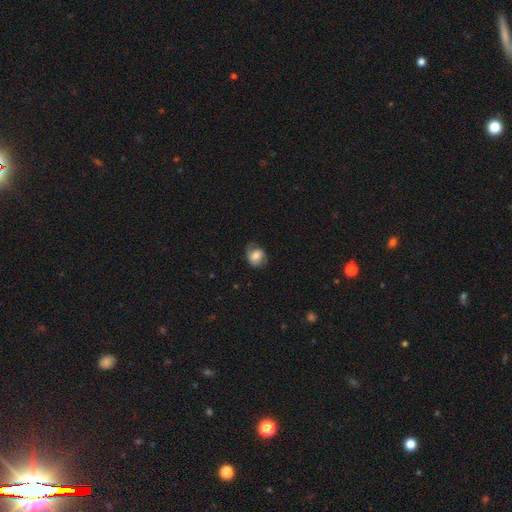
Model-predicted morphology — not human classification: This appears to be a smooth galaxy with no disk features (54%) that is round (58%). Merging: none (68%).